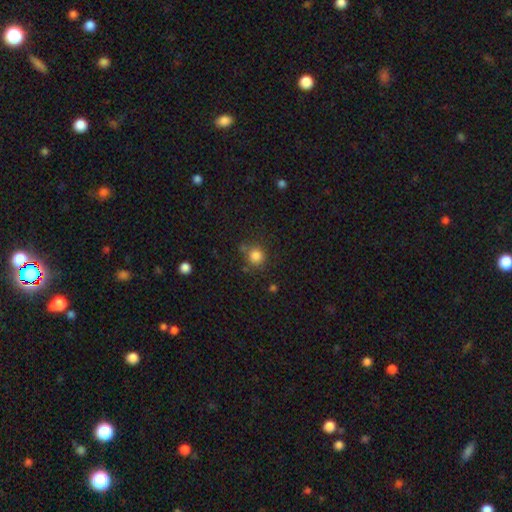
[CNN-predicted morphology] A smooth galaxy with no disk features (83%) that is round (88%). Merging: none (73%).